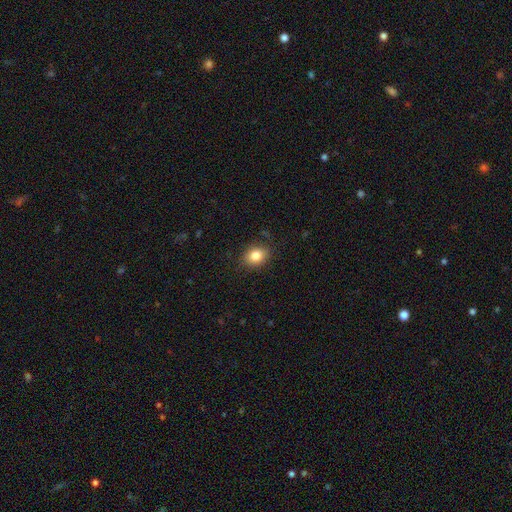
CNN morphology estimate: smooth-or-featured: smooth: 83% | star or artifact: 10% | featured or disk: 8%
  how-rounded: in between: 58% | round: 41% | cigar-shaped: 1%
  merging: none: 83% | minor disturbance: 13% | major disturbance: 3% | merger: 1%